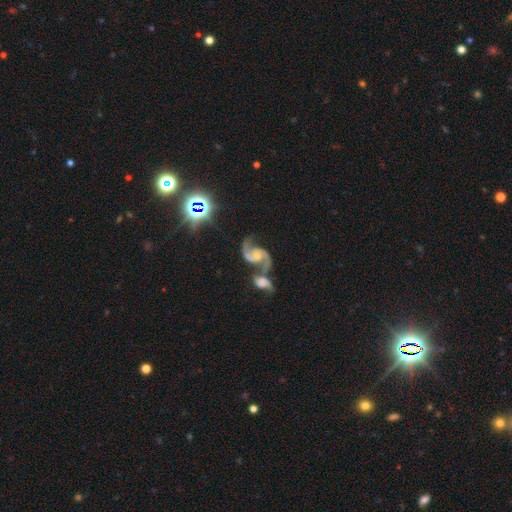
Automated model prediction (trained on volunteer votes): A featured or disk galaxy (90%) with no bar (58%), 2 (94%) medium (51%) spiral arms (98%) and a small central bulge (52%). Merging: merger (49%).